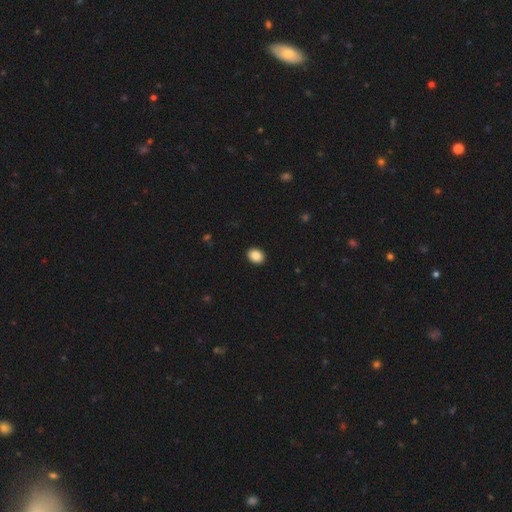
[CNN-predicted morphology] This appears to be a smooth galaxy with no disk features (88%) that is in between round and cigar-shaped (62%). Merging: none (92%).